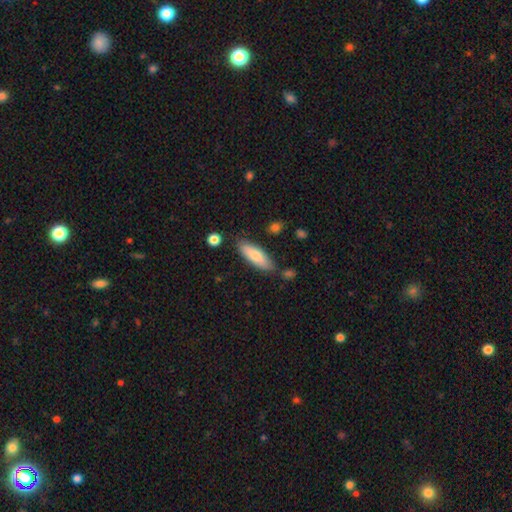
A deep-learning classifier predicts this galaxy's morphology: type=smooth (75%); roundness=in between (53%); merging=none (79%).